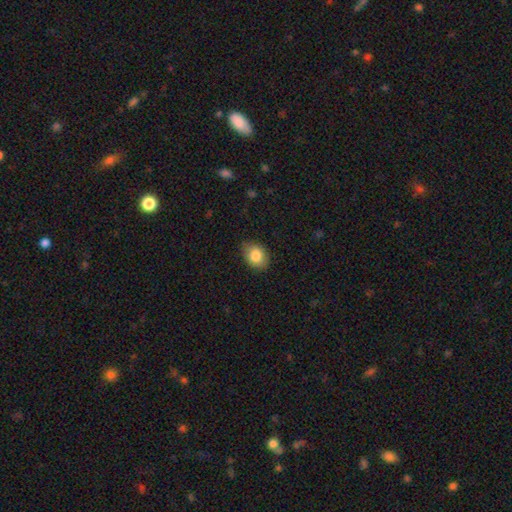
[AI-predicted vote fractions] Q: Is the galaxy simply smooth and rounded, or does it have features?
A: smooth — 85%.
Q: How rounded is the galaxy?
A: in between — 64%.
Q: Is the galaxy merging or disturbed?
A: none — 81%.